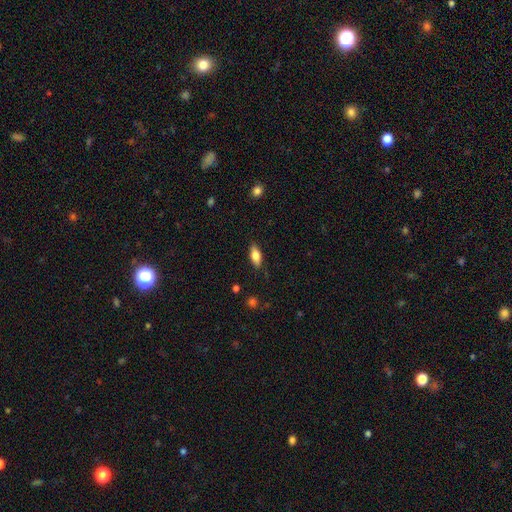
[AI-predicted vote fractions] Smooth or featured? smooth (73%)
How rounded? in between (78%)
Merging? none (83%)